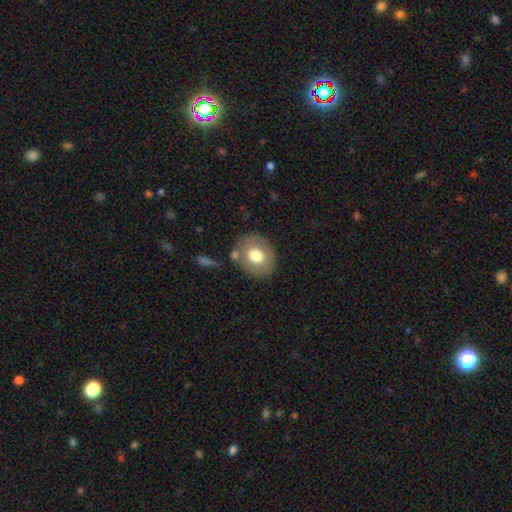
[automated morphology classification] Overall: smooth (70%). How rounded: round (71%). Merging: none (77%).